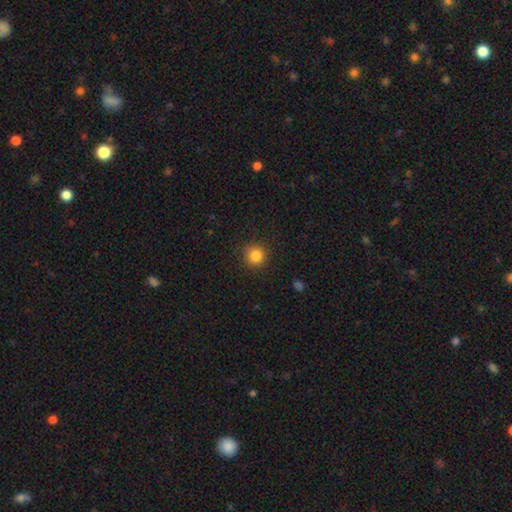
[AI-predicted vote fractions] smooth-or-featured: smooth: 84% | star or artifact: 11% | featured or disk: 4%
  how-rounded: round: 92% | in between: 7% | cigar-shaped: 1%
  merging: none: 88% | minor disturbance: 8% | major disturbance: 3% | merger: 1%